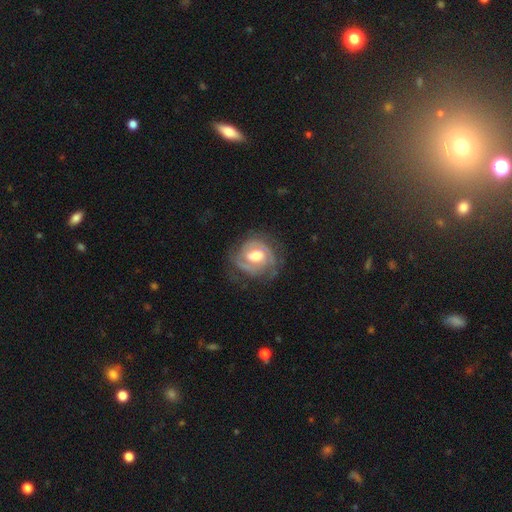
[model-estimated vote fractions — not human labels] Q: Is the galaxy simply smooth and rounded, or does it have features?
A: featured or disk — 81%.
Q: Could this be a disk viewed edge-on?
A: no — 98%.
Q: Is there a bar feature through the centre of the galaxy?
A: no — 50%.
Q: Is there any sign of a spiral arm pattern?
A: yes — 90%.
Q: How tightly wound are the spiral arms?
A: tight — 62%.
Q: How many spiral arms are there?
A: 2 — 47%.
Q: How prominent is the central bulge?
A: moderate — 61%.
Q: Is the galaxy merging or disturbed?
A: none — 67%.